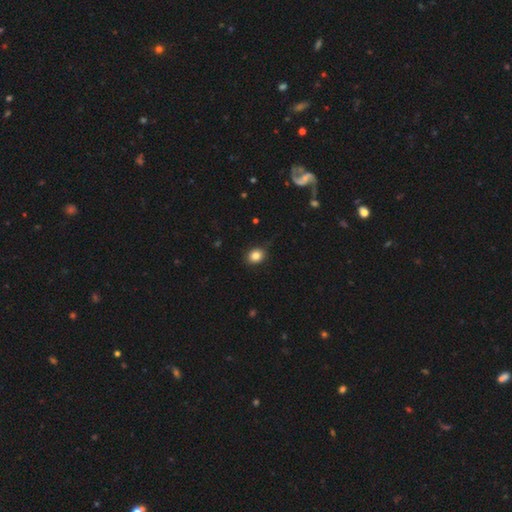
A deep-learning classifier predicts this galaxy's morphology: Smooth or featured? smooth (84%)
How rounded? round (58%)
Merging? none (86%)